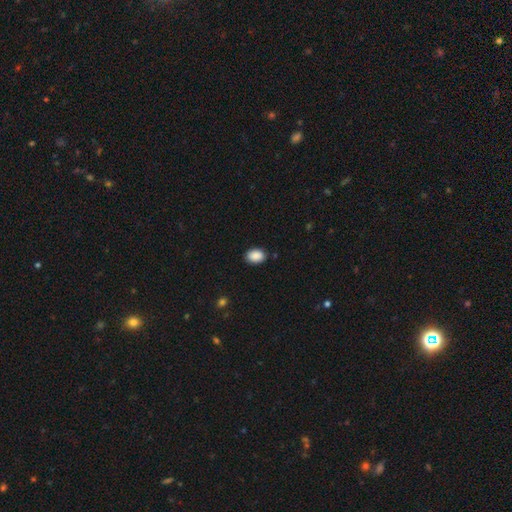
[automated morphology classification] Smooth or featured? smooth (90%)
How rounded? in between (81%)
Merging? none (87%)